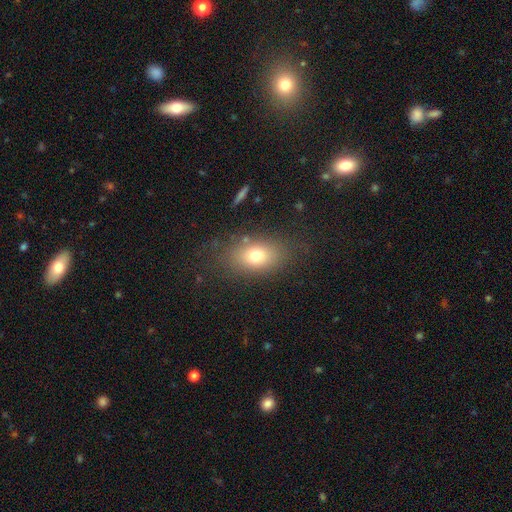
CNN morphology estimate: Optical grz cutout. It shows a smooth galaxy with no disk features (73%) that is in between round and cigar-shaped (77%). Merging: none (78%).